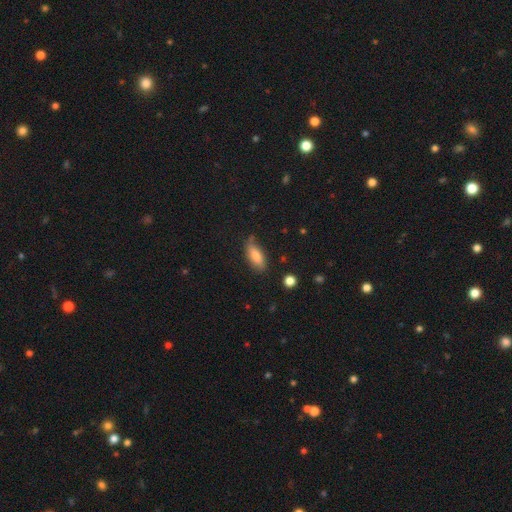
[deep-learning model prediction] Smooth or featured: smooth — 77% (featured or disk — 16%)
How rounded: in between — 71% (cigar-shaped — 27%)
Merging: none — 77% (minor disturbance — 18%)